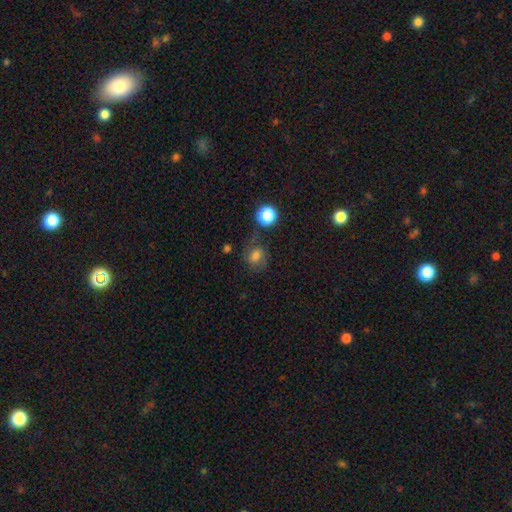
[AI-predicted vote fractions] This appears to be a smooth galaxy with no disk features (69%) that is round (71%). Merging: none (62%).